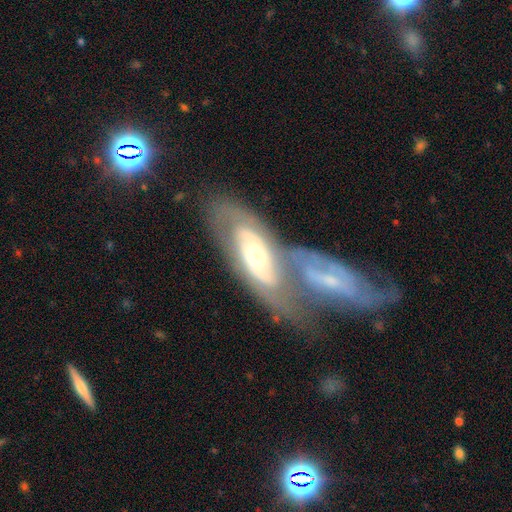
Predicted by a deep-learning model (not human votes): featured or disk 73%, smooth 21%, star or artifact 5%. Down the decision tree: edge-on disk — no (89%); bar — no (64%); spiral arms — yes (74%); bulge size — moderate (69%); merging — merger (45%).